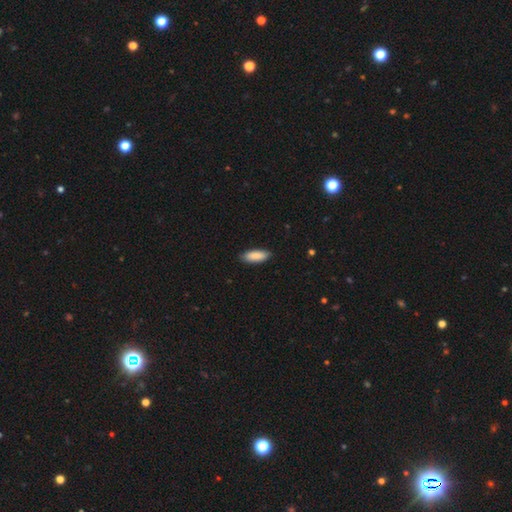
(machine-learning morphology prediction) smooth_or_featured: smooth (p=0.90) [alt: star or artifact p=0.05]
how_rounded: in between (p=0.71) [alt: cigar-shaped p=0.27]
merging: none (p=0.87) [alt: minor disturbance p=0.10]